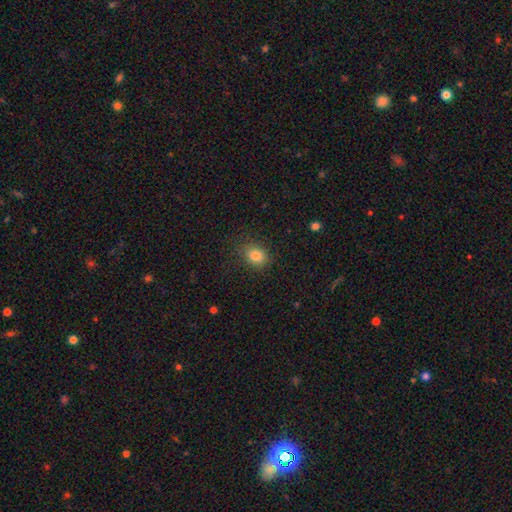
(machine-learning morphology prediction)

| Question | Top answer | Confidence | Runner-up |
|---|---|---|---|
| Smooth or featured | smooth | 82% | star or artifact (11%) |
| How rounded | round | 56% | in between (43%) |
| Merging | none | 86% | minor disturbance (10%) |